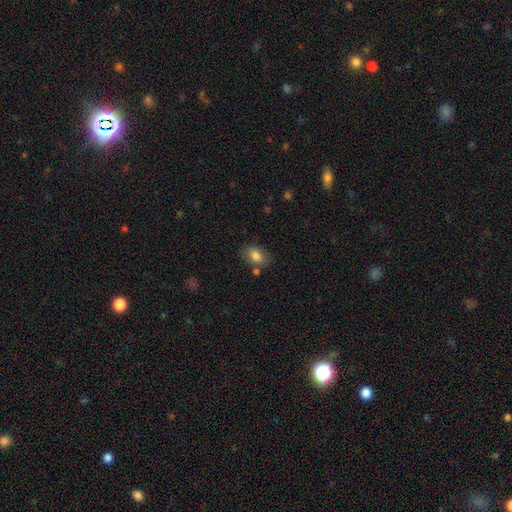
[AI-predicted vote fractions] Overall: smooth (82%). How rounded: in between (84%). Merging: none (73%).